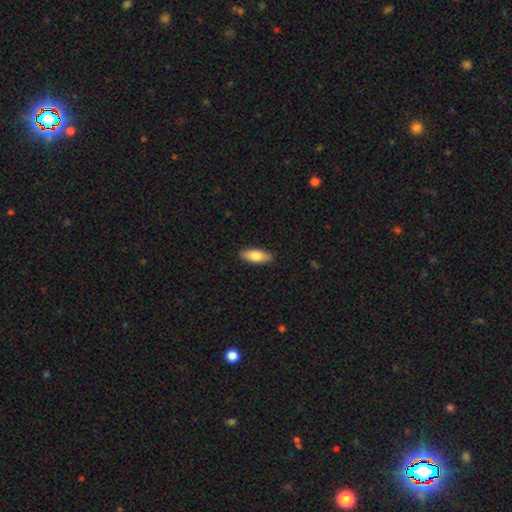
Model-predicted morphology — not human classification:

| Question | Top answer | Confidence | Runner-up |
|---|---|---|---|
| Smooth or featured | smooth | 80% | featured or disk (14%) |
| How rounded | in between | 77% | cigar-shaped (21%) |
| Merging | none | 89% | minor disturbance (9%) |